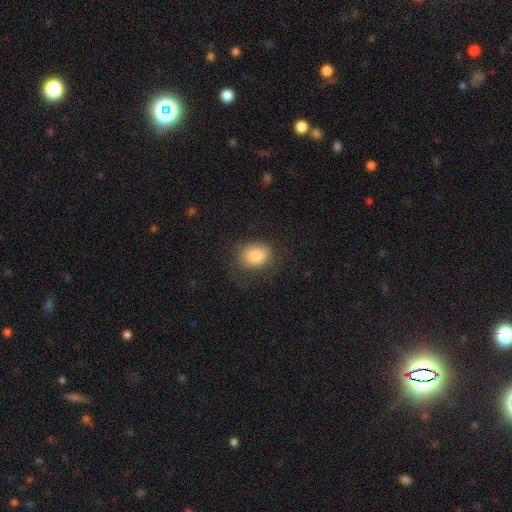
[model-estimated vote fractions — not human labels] Smooth or featured? Predicted: smooth (p=0.83). How rounded? Predicted: round (p=0.50). Merging? Predicted: none (p=0.66).